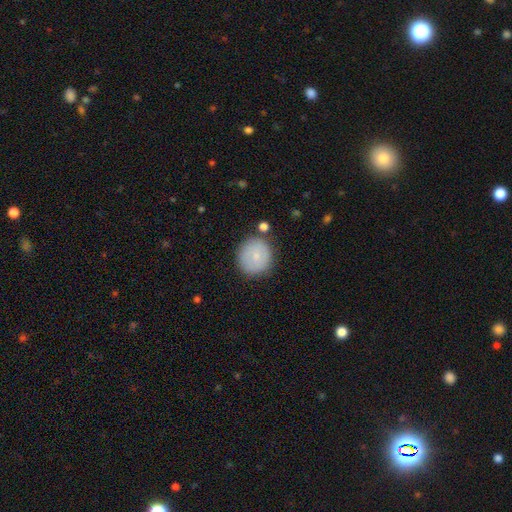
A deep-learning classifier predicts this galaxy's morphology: Q: Smooth or featured?
A: smooth (75%); runner-up: featured or disk (18%)
Q: How rounded?
A: round (90%); runner-up: in between (9%)
Q: Merging?
A: none (80%); runner-up: minor disturbance (13%)